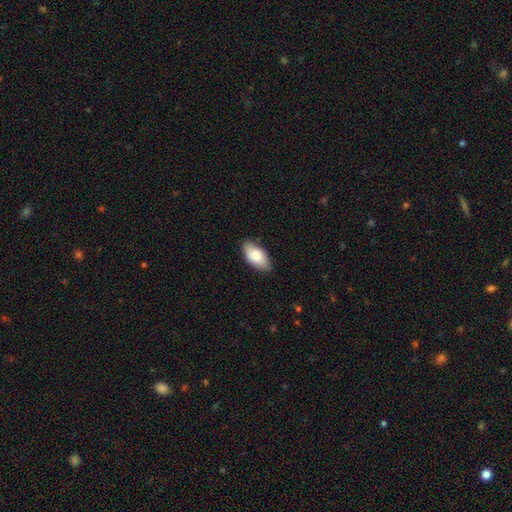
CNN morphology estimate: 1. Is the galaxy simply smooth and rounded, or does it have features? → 83% smooth, 11% featured or disk, 6% star or artifact.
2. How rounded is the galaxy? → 94% in between, 4% cigar-shaped, 2% round.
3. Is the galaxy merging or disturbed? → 82% none, 15% minor disturbance, 2% major disturbance, 1% merger.